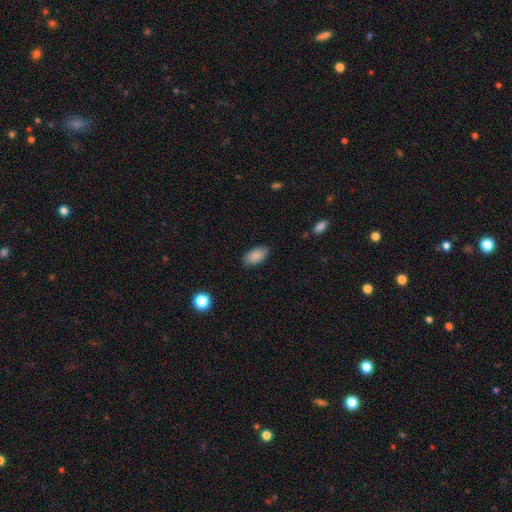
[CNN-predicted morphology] A smooth galaxy with no disk features (87%) that is in between round and cigar-shaped (94%).

Vote fractions:
- Smooth or featured? smooth: 87% / star or artifact: 7% / featured or disk: 6%
- How rounded? in between: 94% / round: 3% / cigar-shaped: 3%
- Merging? none: 82% / minor disturbance: 14% / major disturbance: 3% / merger: 1%